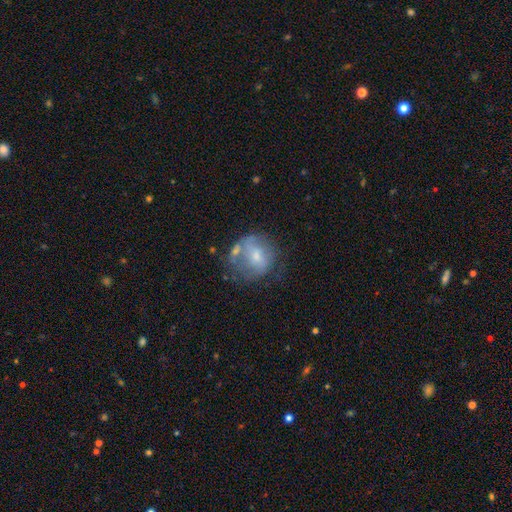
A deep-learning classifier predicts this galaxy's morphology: A featured or disk galaxy (47%).

Vote fractions:
- Smooth or featured? featured or disk: 47% / smooth: 44% / star or artifact: 9%
- Merging? none: 39% / minor disturbance: 25% / major disturbance: 23% / merger: 13%